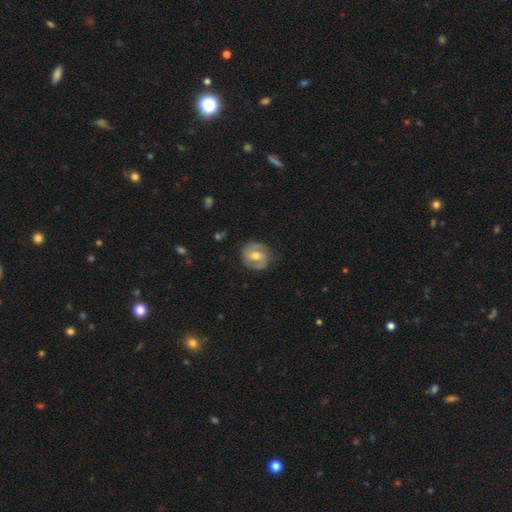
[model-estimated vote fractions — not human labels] featured or disk 61%, smooth 33%, star or artifact 6%. Down the decision tree: edge-on disk — no (97%); bar — weak (46%); spiral arms — yes (81%); bulge size — moderate (73%); merging — none (76%).